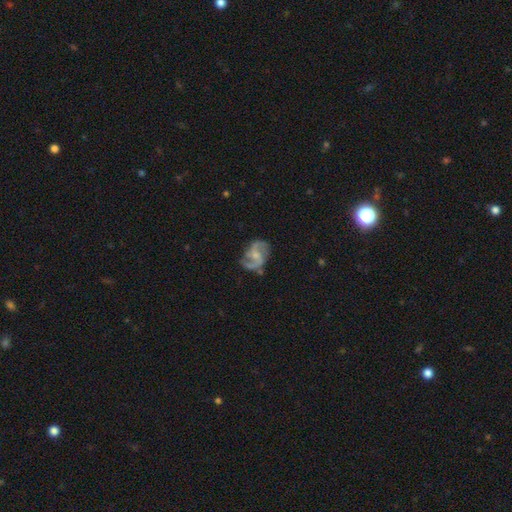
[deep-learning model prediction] Smooth or featured? featured or disk (85%)
Edge-on disk? no (98%)
Bar? weak (47%)
Spiral arms? yes (95%)
Spiral winding? medium (46%)
Spiral arm count? 2 (89%)
Bulge size? small (52%)
Merging? none (67%)